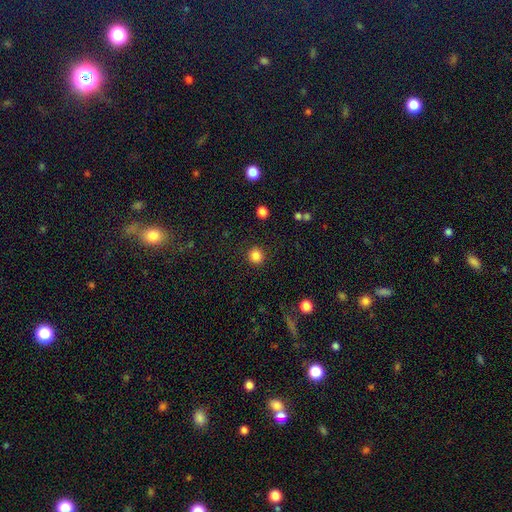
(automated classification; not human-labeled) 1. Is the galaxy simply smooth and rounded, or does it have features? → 85% smooth, 11% star or artifact, 4% featured or disk.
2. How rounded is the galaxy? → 91% round, 8% in between, 1% cigar-shaped.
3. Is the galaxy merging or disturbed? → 91% none, 5% minor disturbance, 2% major disturbance, 1% merger.